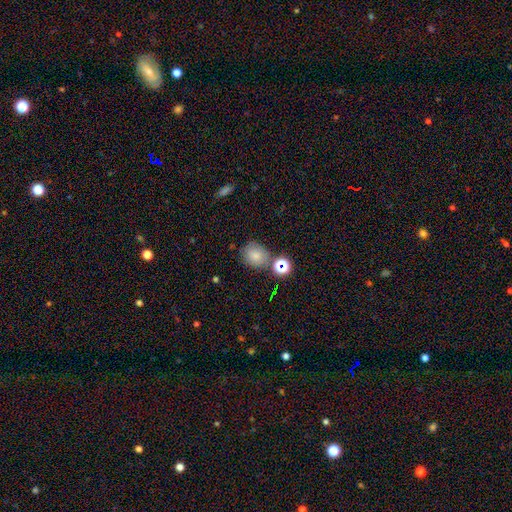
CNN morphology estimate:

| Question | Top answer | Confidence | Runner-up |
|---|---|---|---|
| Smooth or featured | smooth | 75% | star or artifact (15%) |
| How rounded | round | 63% | in between (36%) |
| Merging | none | 66% | minor disturbance (16%) |